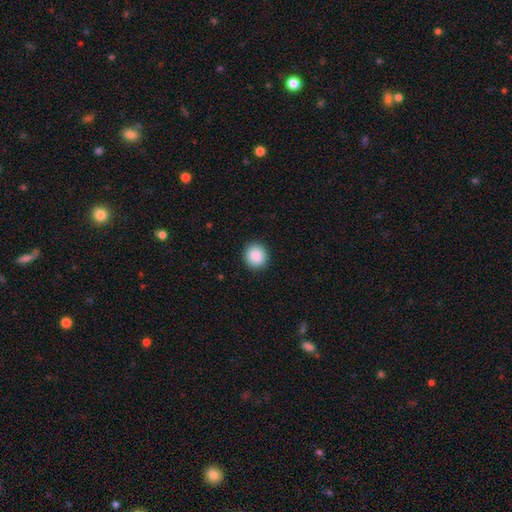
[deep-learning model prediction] smooth_or_featured: smooth (p=0.89) [alt: star or artifact p=0.08]
how_rounded: round (p=0.89) [alt: in between p=0.10]
merging: none (p=0.92) [alt: minor disturbance p=0.06]